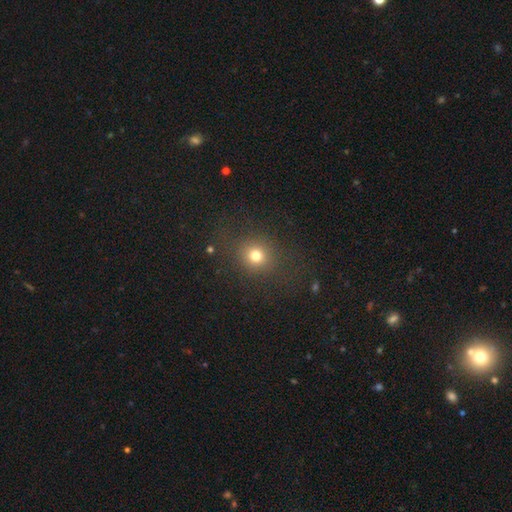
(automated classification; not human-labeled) This is likely a smooth galaxy (76%). How rounded: clearly round (82%). Merging: clearly none (82%).